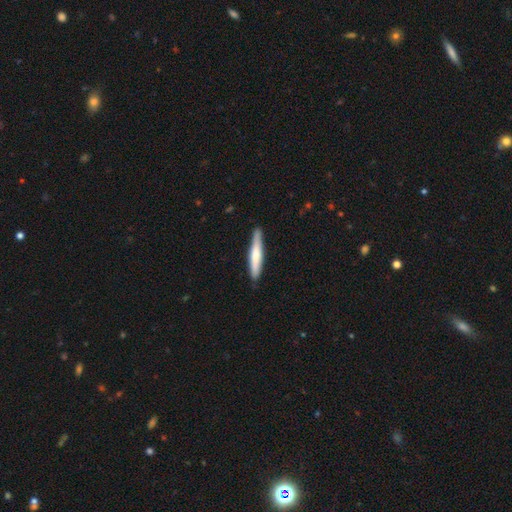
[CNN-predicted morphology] Smooth or featured?
  - smooth: 60% *
  - featured or disk: 35%
  - star or artifact: 5%
How rounded?
  - cigar-shaped: 91% *
  - in between: 7%
  - round: 1%
Merging?
  - none: 86% *
  - minor disturbance: 11%
  - major disturbance: 2%
  - merger: 1%